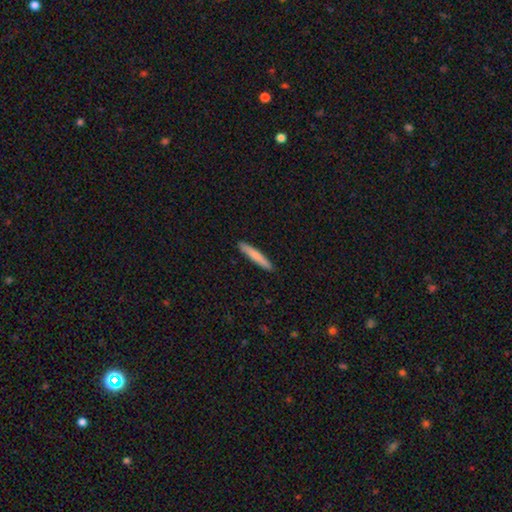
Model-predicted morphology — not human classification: Q: Smooth or featured?
A: smooth (76%); runner-up: featured or disk (19%)
Q: How rounded?
A: cigar-shaped (94%); runner-up: in between (4%)
Q: Merging?
A: none (90%); runner-up: minor disturbance (7%)